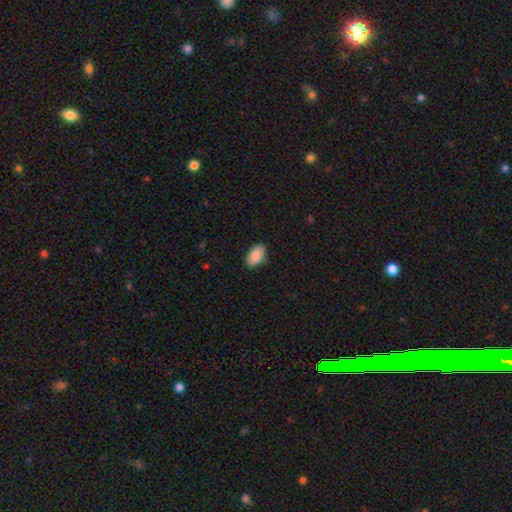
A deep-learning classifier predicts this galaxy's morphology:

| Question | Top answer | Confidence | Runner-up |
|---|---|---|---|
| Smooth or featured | smooth | 89% | star or artifact (6%) |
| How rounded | in between | 93% | round (6%) |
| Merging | none | 84% | minor disturbance (12%) |